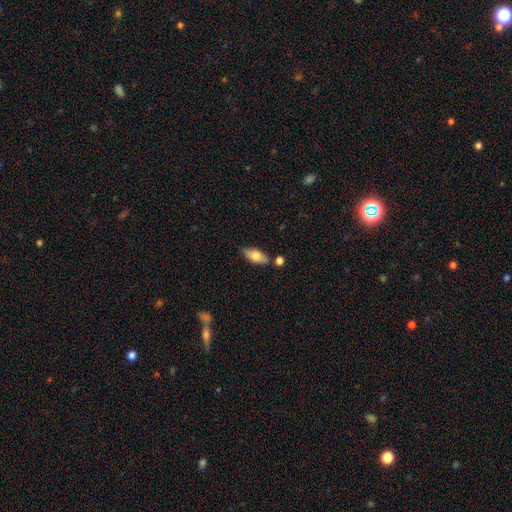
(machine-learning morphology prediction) Overall: smooth (71%). How rounded: in between (81%). Merging: none (77%).